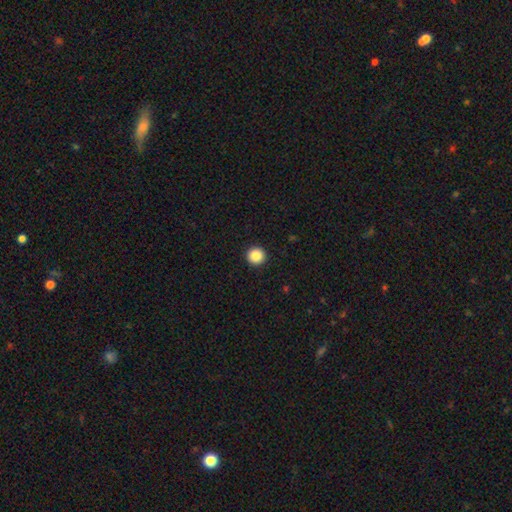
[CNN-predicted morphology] This appears to be a smooth galaxy with no disk features (87%) that is round (96%). Merging: none (94%).